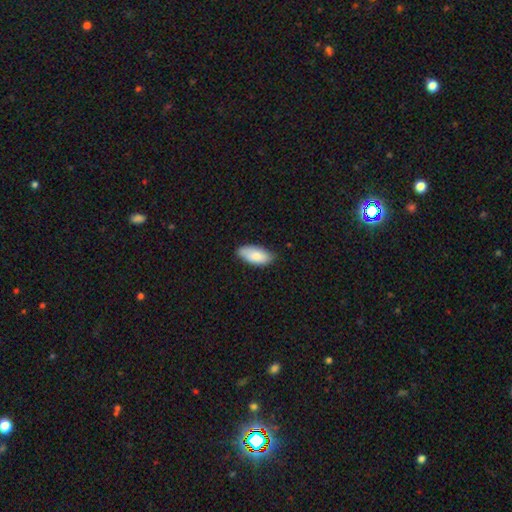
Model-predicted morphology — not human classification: Smooth or featured? Predicted: smooth (p=0.84). How rounded? Predicted: in between (p=0.91). Merging? Predicted: none (p=0.76).